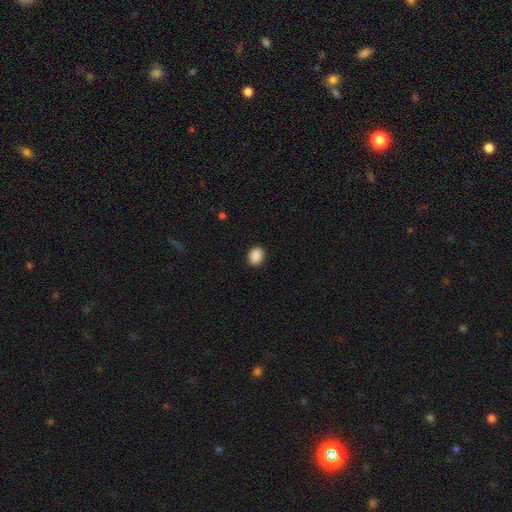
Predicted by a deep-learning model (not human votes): Smooth or featured? smooth (90%)
How rounded? in between (62%)
Merging? none (89%)